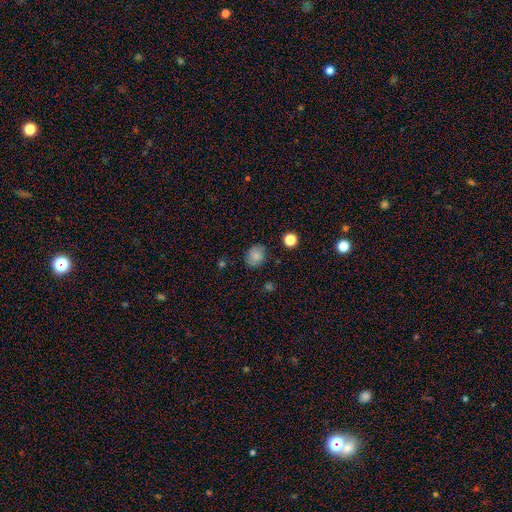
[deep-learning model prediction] Smooth or featured? smooth (83%)
How rounded? round (58%)
Merging? none (79%)